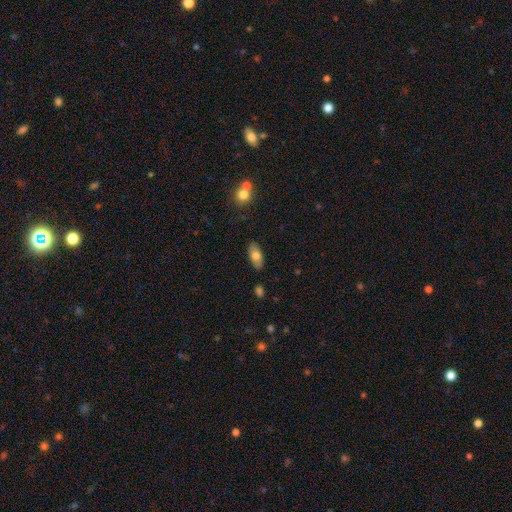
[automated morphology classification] This is likely a smooth galaxy (74%). How rounded: clearly in between (89%). Merging: clearly none (86%).